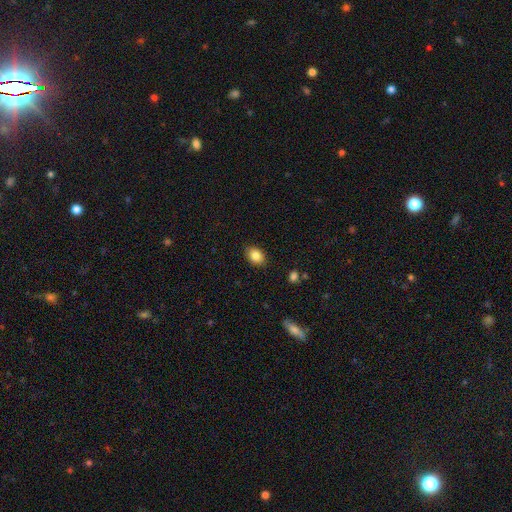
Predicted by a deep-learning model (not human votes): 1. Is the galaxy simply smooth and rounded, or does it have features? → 85% smooth, 9% star or artifact, 6% featured or disk.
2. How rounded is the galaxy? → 77% in between, 22% round, 1% cigar-shaped.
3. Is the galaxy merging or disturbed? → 87% none, 9% minor disturbance, 2% major disturbance, 1% merger.